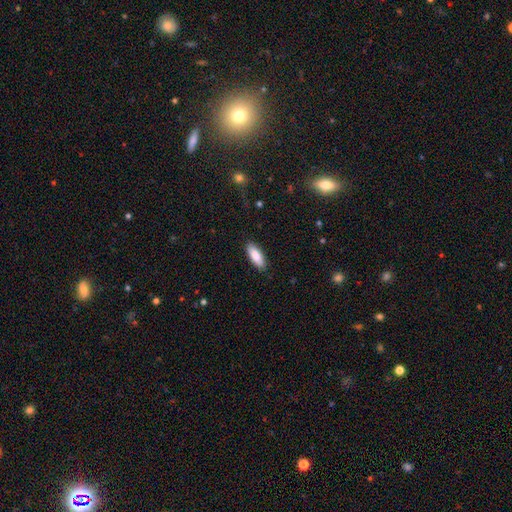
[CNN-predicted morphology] type=smooth (86%); roundness=in between (73%); merging=none (88%).